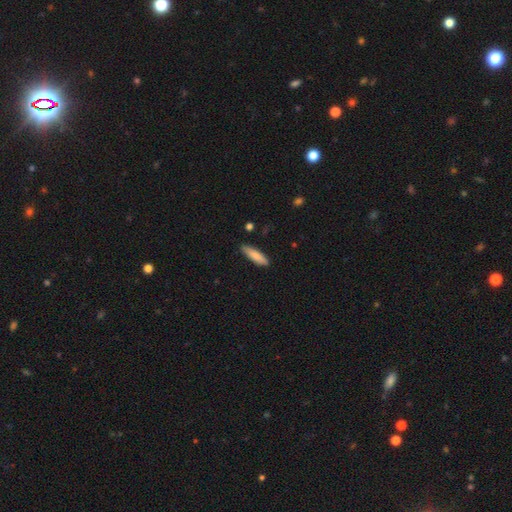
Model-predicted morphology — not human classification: smooth_or_featured: smooth (p=0.83) [alt: featured or disk p=0.12]
how_rounded: cigar-shaped (p=0.70) [alt: in between p=0.29]
merging: none (p=0.83) [alt: minor disturbance p=0.13]